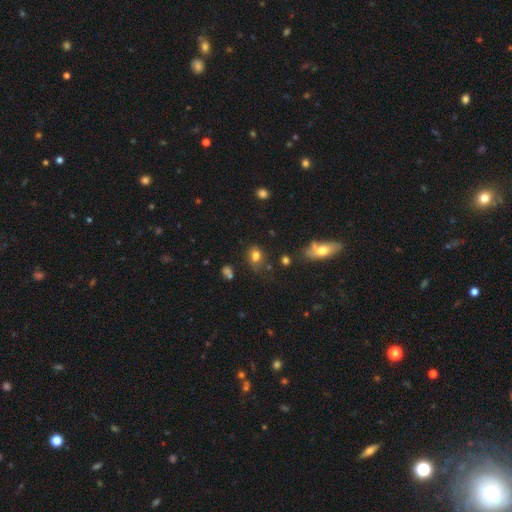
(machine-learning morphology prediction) Smooth or featured?
  - smooth: 77% *
  - star or artifact: 14%
  - featured or disk: 9%
How rounded?
  - in between: 62% *
  - round: 36%
  - cigar-shaped: 2%
Merging?
  - none: 61% *
  - minor disturbance: 22%
  - merger: 9%
  - major disturbance: 8%